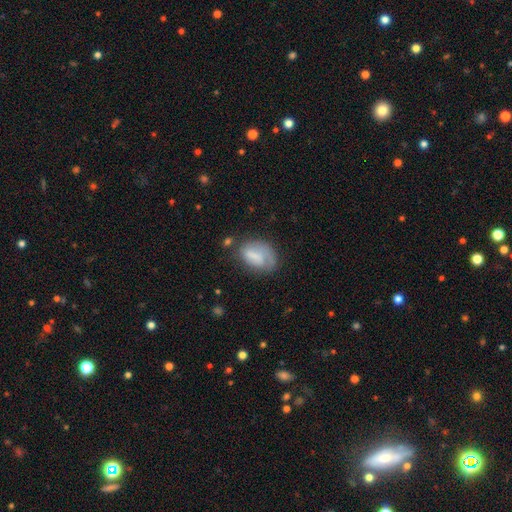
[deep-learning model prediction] The model was most divided on "merging": none: 46%, minor disturbance: 28%, major disturbance: 21%, merger: 5%. More confident: how rounded — in between (79%); smooth or featured — smooth (58%).